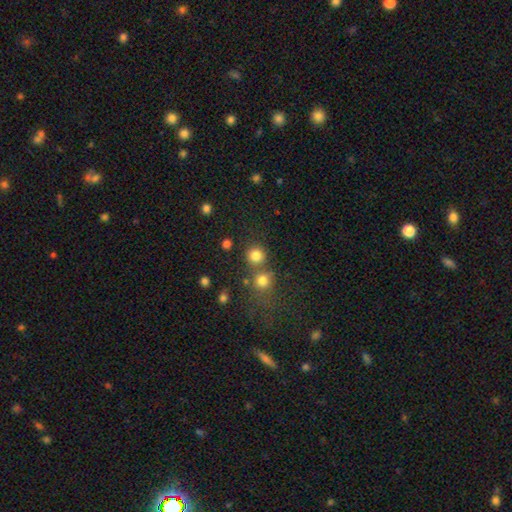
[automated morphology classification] This appears to be a smooth galaxy with no disk features (80%) that is round (91%). Merging: none (68%).